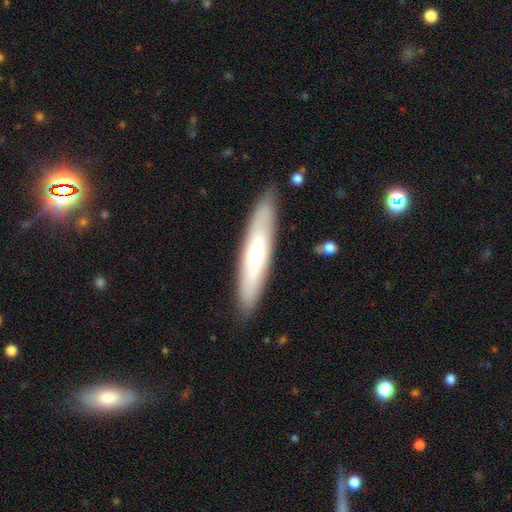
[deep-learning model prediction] smooth-or-featured: smooth: 50% | featured or disk: 44% | star or artifact: 6%
  how-rounded: cigar-shaped: 80% | in between: 19% | round: 1%
  merging: none: 86% | minor disturbance: 10% | major disturbance: 2% | merger: 2%